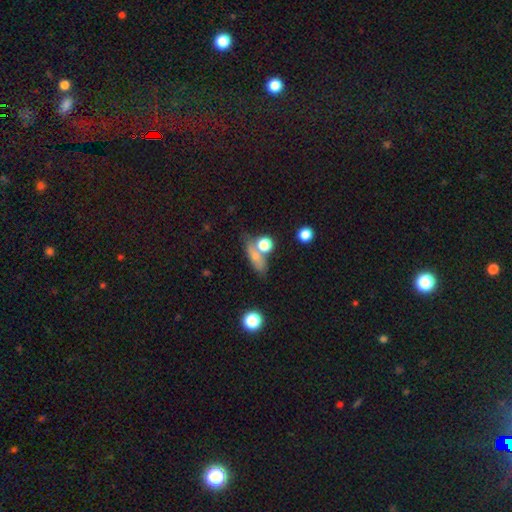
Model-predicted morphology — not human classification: The model was most divided on "how rounded": in between: 48%, cigar-shaped: 31%, round: 21%. More confident: smooth or featured — smooth (69%); merging — none (53%).